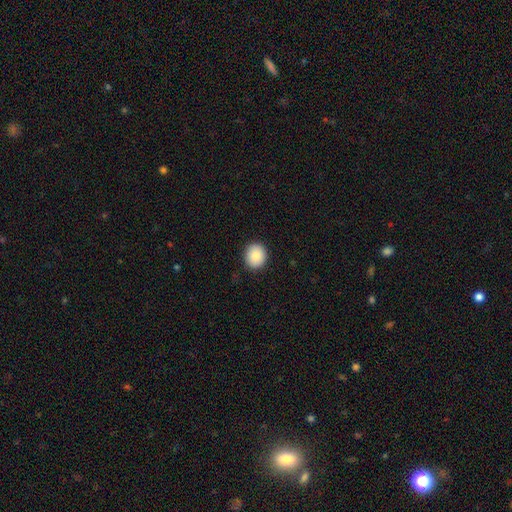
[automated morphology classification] smooth-or-featured: smooth: 87% | star or artifact: 8% | featured or disk: 5%
  how-rounded: round: 76% | in between: 23% | cigar-shaped: 1%
  merging: none: 90% | minor disturbance: 7% | major disturbance: 2% | merger: 1%